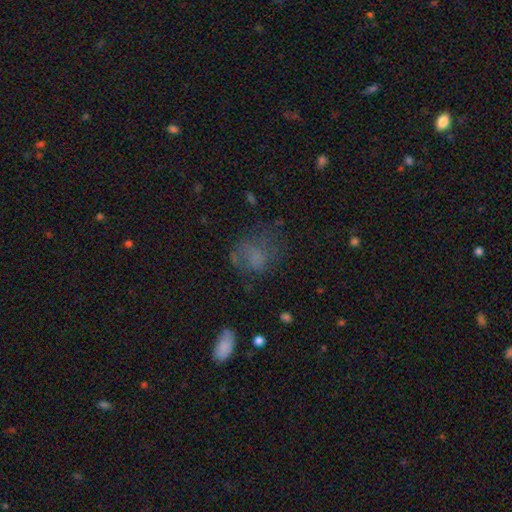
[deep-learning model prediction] Smooth or featured: smooth — 55% (featured or disk — 26%)
How rounded: round — 54% (in between — 45%)
Merging: none — 44% (major disturbance — 31%)